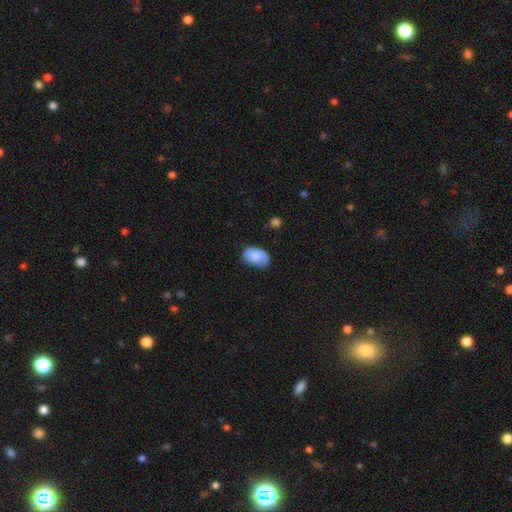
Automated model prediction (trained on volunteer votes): This is clearly a smooth galaxy (85%). How rounded: clearly in between (91%). Merging: likely none (71%).